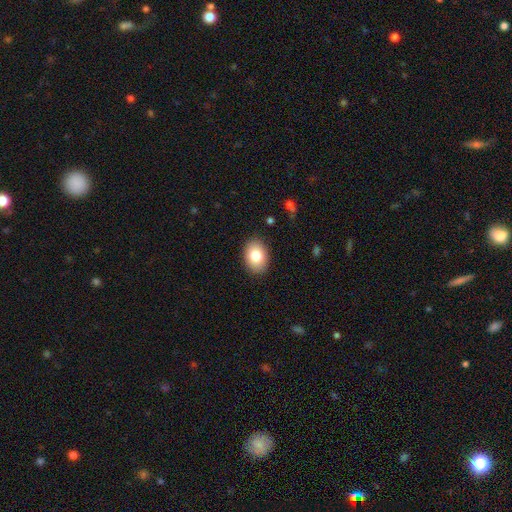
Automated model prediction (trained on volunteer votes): Smooth or featured? Predicted: smooth (p=0.84). How rounded? Predicted: in between (p=0.82). Merging? Predicted: none (p=0.88).